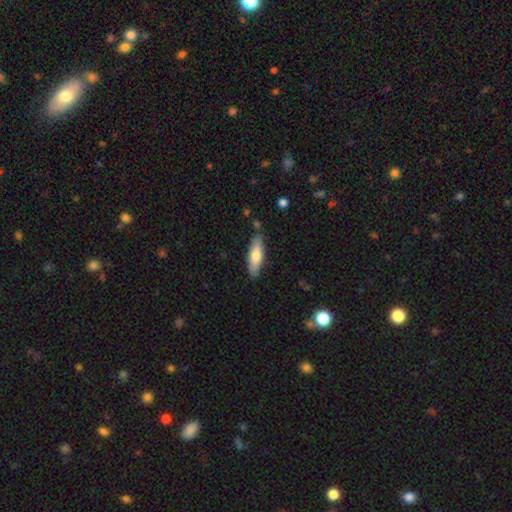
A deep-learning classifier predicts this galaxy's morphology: Smooth or featured: smooth — 71% (featured or disk — 24%)
How rounded: cigar-shaped — 53% (in between — 45%)
Merging: none — 84% (minor disturbance — 12%)